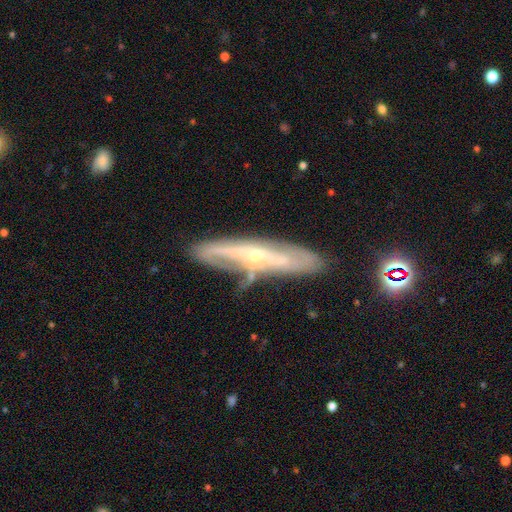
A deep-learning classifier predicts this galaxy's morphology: This is likely a featured or disk galaxy (74%). It is likely viewed edge-on (63%). Merging: likely none (66%).